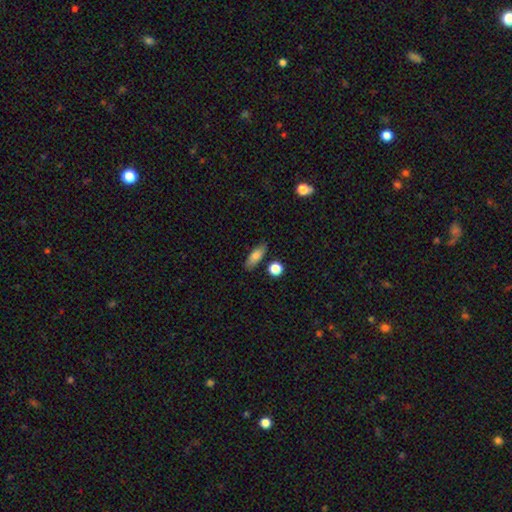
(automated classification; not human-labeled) Smooth or featured: smooth — 77% (featured or disk — 15%)
How rounded: in between — 66% (cigar-shaped — 29%)
Merging: none — 81% (minor disturbance — 12%)